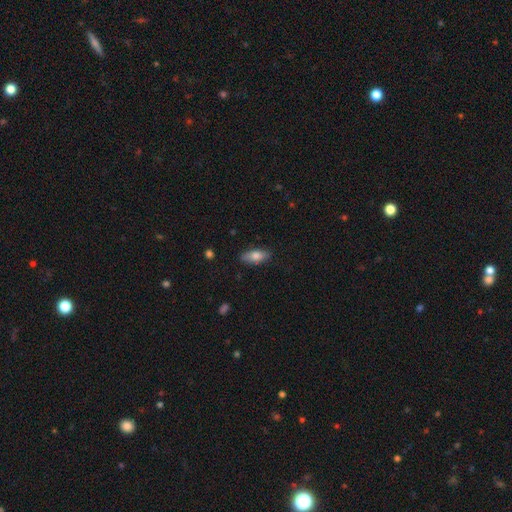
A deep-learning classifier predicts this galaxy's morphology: Smooth or featured? smooth (76%)
How rounded? in between (78%)
Merging? none (85%)